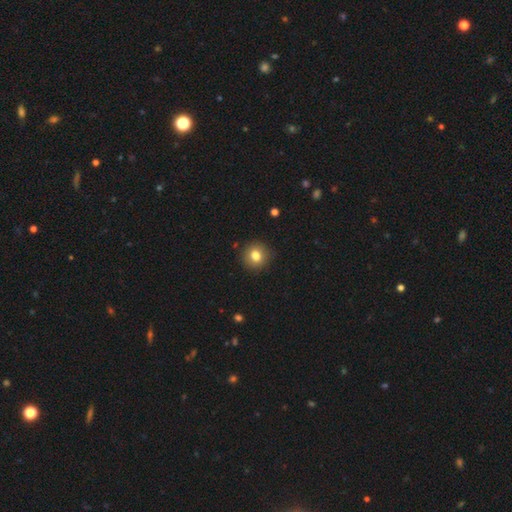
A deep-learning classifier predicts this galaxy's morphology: The model was most divided on "smooth or featured": smooth: 81%, star or artifact: 11%, featured or disk: 8%. More confident: merging — none (90%); how rounded — round (89%).